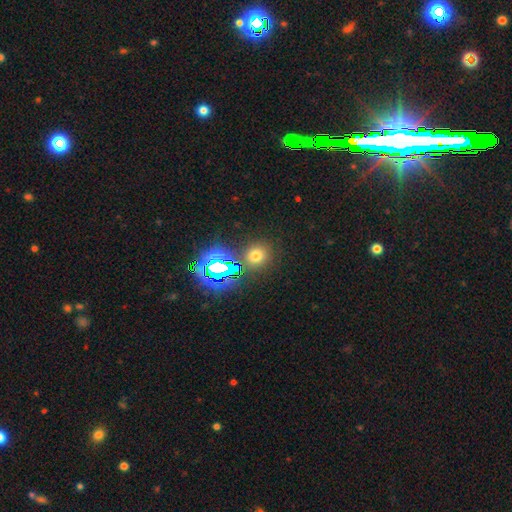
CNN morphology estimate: smooth 61%, star or artifact 31%, featured or disk 8%. Down the decision tree: how rounded — round (82%); merging — none (84%).